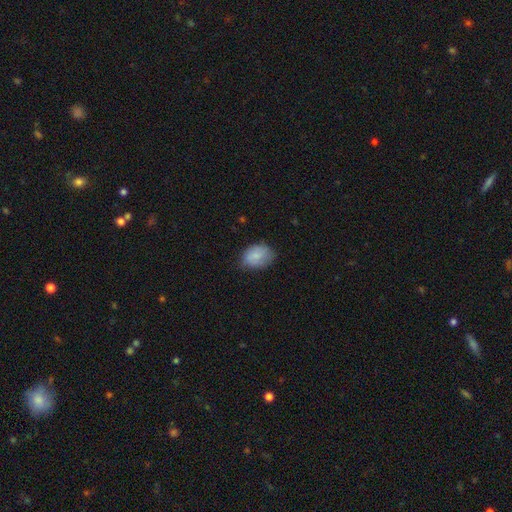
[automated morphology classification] Smooth or featured? smooth (81%)
How rounded? in between (80%)
Merging? none (64%)